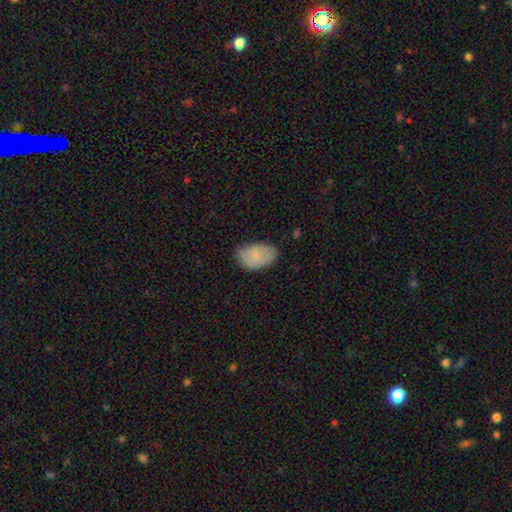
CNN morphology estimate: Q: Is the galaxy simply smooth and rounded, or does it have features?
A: smooth — 80%.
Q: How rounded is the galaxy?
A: in between — 92%.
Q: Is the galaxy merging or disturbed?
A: none — 66%.